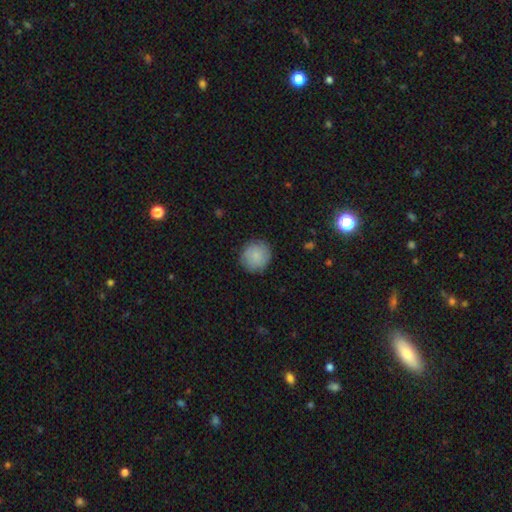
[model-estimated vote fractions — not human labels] Smooth or featured?
  - smooth: 81% *
  - featured or disk: 12%
  - star or artifact: 7%
How rounded?
  - round: 89% *
  - in between: 10%
  - cigar-shaped: 1%
Merging?
  - none: 86% *
  - minor disturbance: 11%
  - major disturbance: 3%
  - merger: 1%